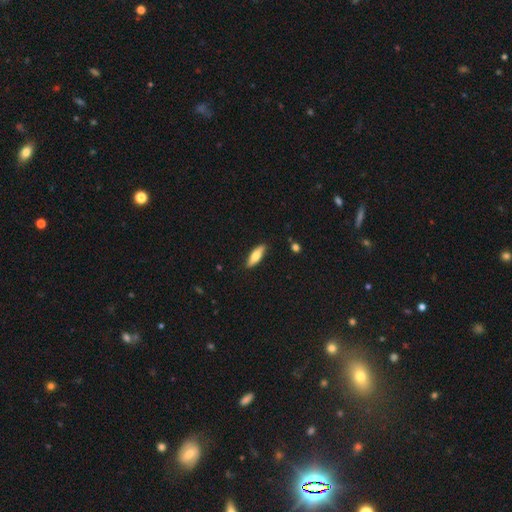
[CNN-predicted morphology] A smooth galaxy with no disk features (70%) that is in between round and cigar-shaped (49%, tied with cigar-shaped). Merging: none (88%).